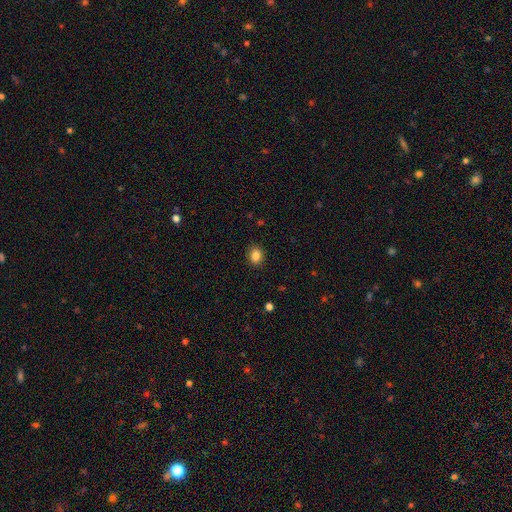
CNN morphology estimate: The model was most divided on "how rounded": in between: 55%, round: 44%, cigar-shaped: 1%. More confident: merging — none (88%); smooth or featured — smooth (86%).